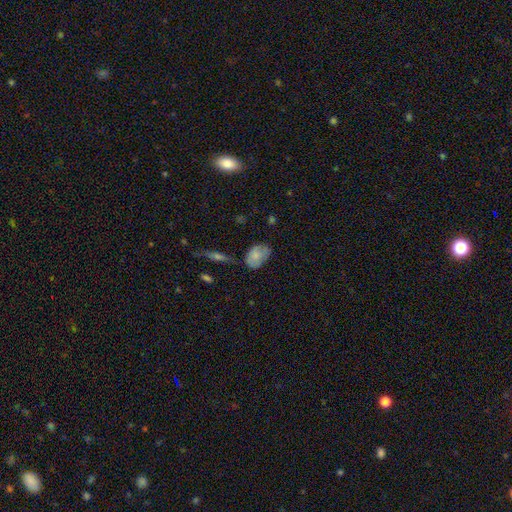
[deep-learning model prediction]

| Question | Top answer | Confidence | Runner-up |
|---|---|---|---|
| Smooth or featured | smooth | 73% | featured or disk (19%) |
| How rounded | in between | 83% | round (15%) |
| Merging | none | 52% | minor disturbance (33%) |